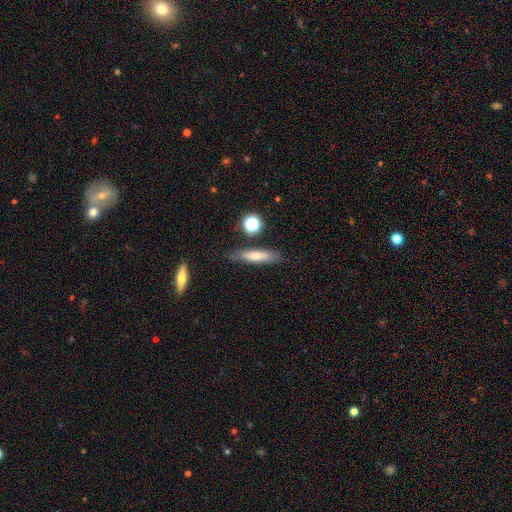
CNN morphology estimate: Overall: smooth (58%; featured or disk 32%). How rounded: cigar-shaped (80%). Merging: none (80%).